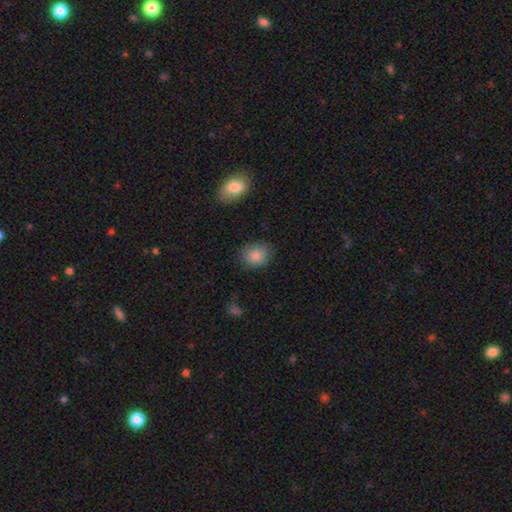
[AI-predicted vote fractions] smooth-or-featured: smooth: 85% | star or artifact: 9% | featured or disk: 6%
  how-rounded: in between: 50% | round: 49% | cigar-shaped: 1%
  merging: none: 83% | minor disturbance: 12% | major disturbance: 3% | merger: 2%